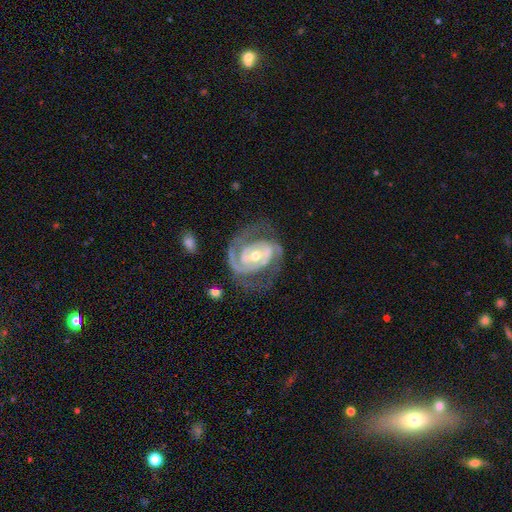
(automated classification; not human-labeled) smooth_or_featured: featured or disk (p=0.90) [alt: smooth p=0.06]
disk_edge_on: no (p=0.97) [alt: yes p=0.03]
bar: no (p=0.40) [alt: weak p=0.38]
has_spiral_arms: yes (p=0.96) [alt: no p=0.04]
spiral_winding: tight (p=0.50) [alt: medium p=0.41]
spiral_arm_count: 2 (p=0.75) [alt: 3 p=0.08]
bulge_size: moderate (p=0.57) [alt: small p=0.38]
merging: none (p=0.65) [alt: minor disturbance p=0.18]